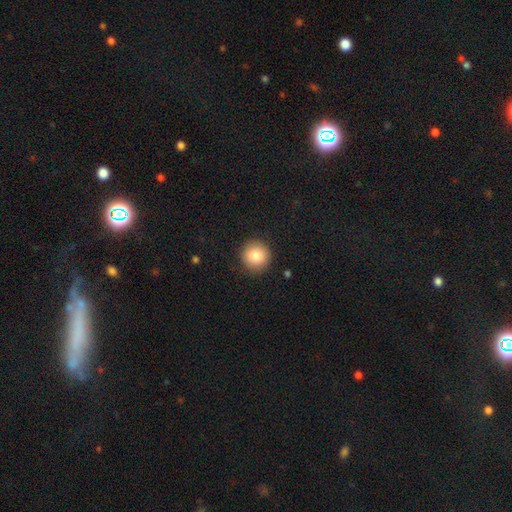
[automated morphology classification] Smooth or featured? smooth (84%)
How rounded? round (95%)
Merging? none (89%)